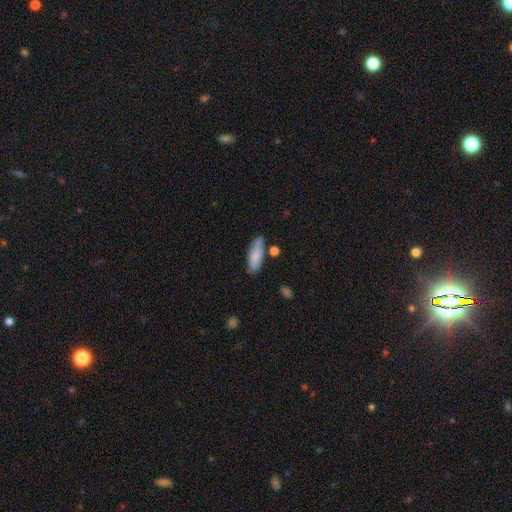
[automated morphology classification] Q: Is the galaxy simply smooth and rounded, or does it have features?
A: smooth — 79%.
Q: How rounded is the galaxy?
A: in between — 60%.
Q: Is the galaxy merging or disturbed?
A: none — 66%.